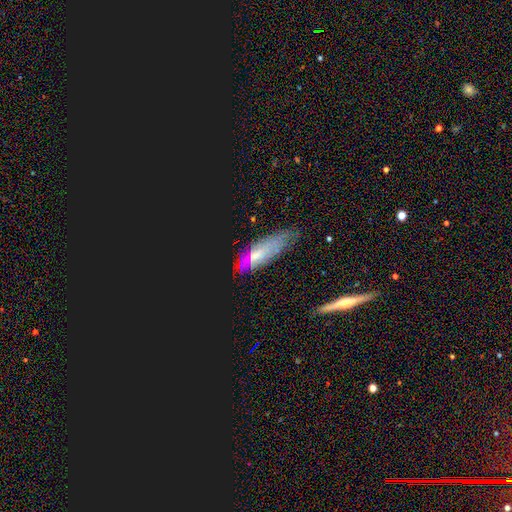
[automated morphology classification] Smooth or featured: featured or disk — 35% (smooth — 34%)
Merging: none — 65% (minor disturbance — 25%)